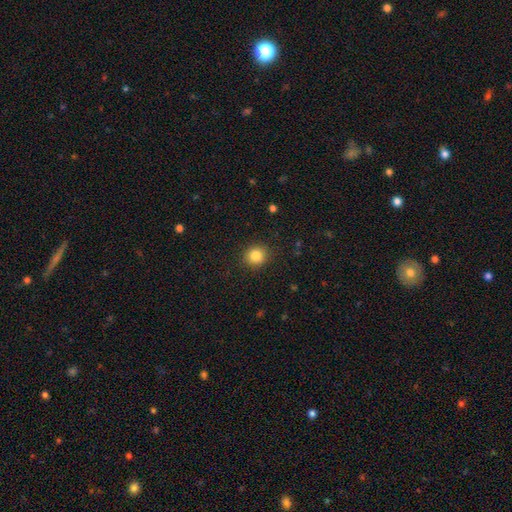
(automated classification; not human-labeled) Smooth or featured: smooth — 84% (star or artifact — 11%)
How rounded: round — 87% (in between — 12%)
Merging: none — 90% (minor disturbance — 7%)